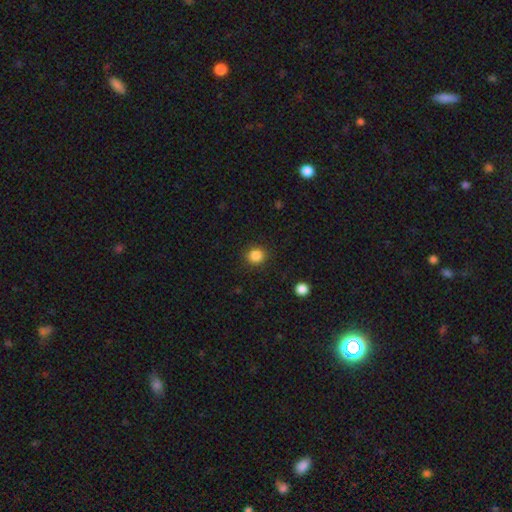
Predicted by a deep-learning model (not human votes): Smooth or featured? smooth (86%)
How rounded? round (88%)
Merging? none (90%)